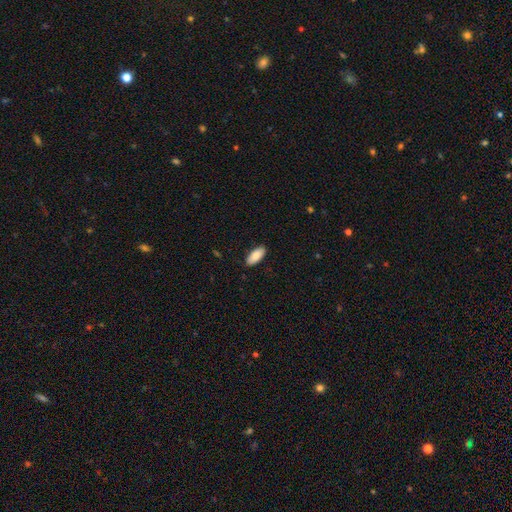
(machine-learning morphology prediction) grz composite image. It shows a smooth galaxy with no disk features (87%) that is in between round and cigar-shaped (89%). Merging: none (88%).